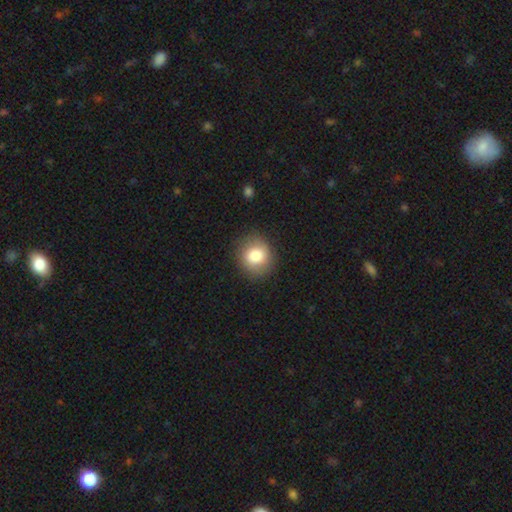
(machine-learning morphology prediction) smooth 80%, featured or disk 11%, star or artifact 9%. Down the decision tree: how rounded — round (84%); merging — none (86%).